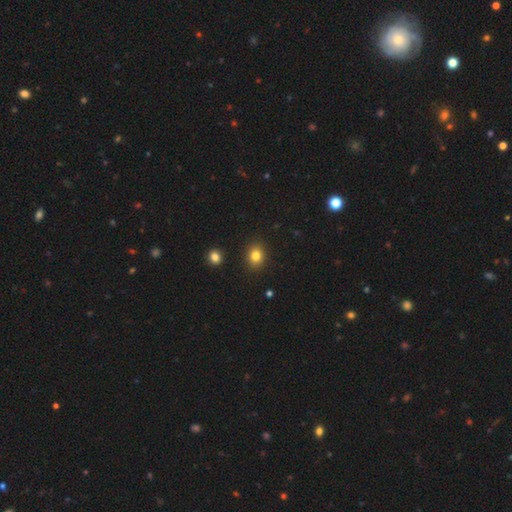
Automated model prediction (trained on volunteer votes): smooth 82%, star or artifact 11%, featured or disk 6%. Down the decision tree: how rounded — round (64%); merging — none (89%).